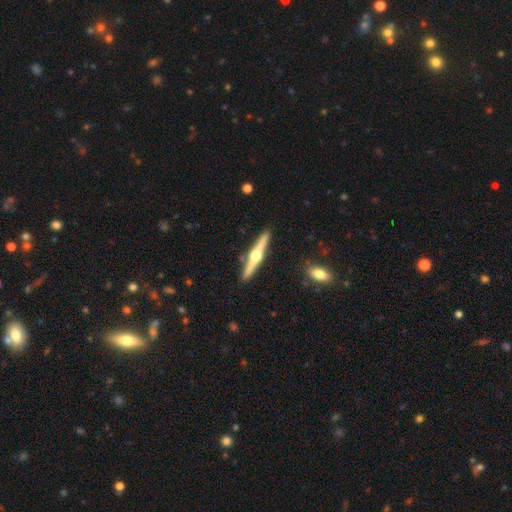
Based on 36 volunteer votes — smooth_or_featured: featured or disk (p=0.75) [alt: smooth p=0.22]
disk_edge_on: yes (p=1.00)
edge_on_bulge: rounded (p=1.00)
merging: none (p=0.94) [alt: minor disturbance p=0.06]